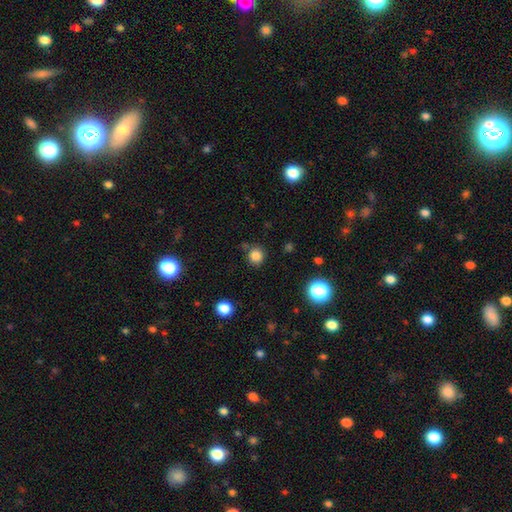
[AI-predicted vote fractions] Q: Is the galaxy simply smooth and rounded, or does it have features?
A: smooth — 83%.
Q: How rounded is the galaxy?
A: round — 90%.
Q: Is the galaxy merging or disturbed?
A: none — 81%.